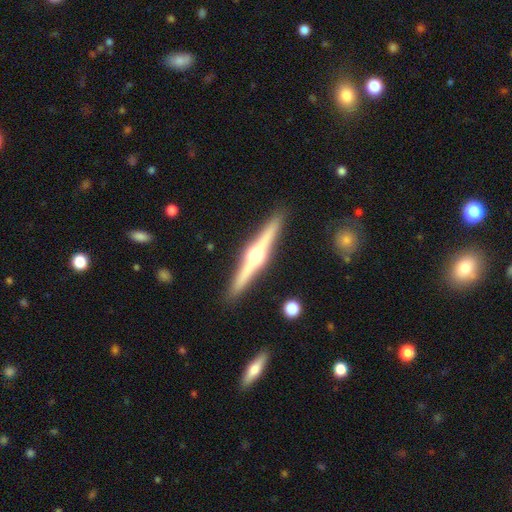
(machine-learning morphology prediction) type=featured or disk (80%); edge-on=yes (98%); edge-on bulge=rounded (94%); merging=none (92%).